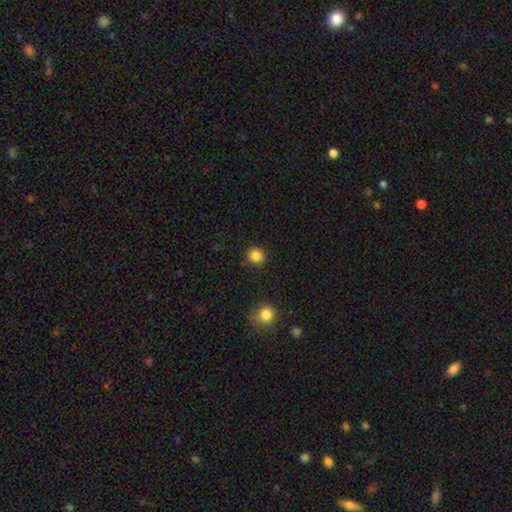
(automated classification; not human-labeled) smooth 85%, star or artifact 11%, featured or disk 4%. Down the decision tree: how rounded — round (88%); merging — none (88%).